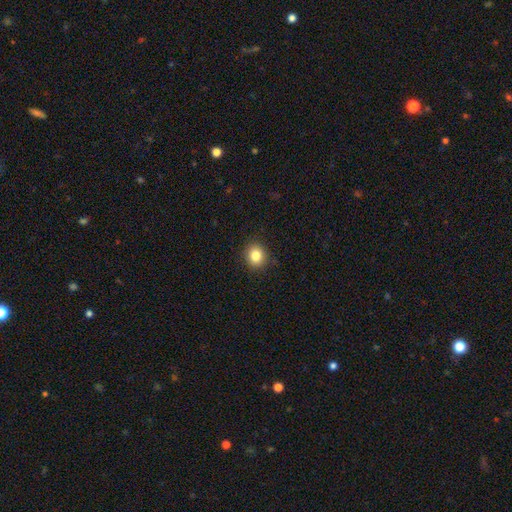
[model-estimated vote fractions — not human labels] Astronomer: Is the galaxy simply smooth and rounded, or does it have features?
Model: smooth — 84%.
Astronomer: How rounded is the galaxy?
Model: round — 83%.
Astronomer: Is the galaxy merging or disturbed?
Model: none — 90%.